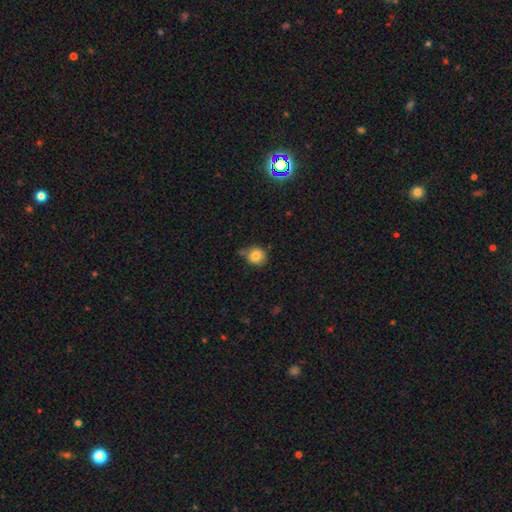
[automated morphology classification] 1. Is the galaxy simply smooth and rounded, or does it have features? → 84% smooth, 10% star or artifact, 7% featured or disk.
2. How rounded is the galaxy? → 81% round, 18% in between, 1% cigar-shaped.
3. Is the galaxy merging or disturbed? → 59% none, 28% minor disturbance, 7% merger, 6% major disturbance.